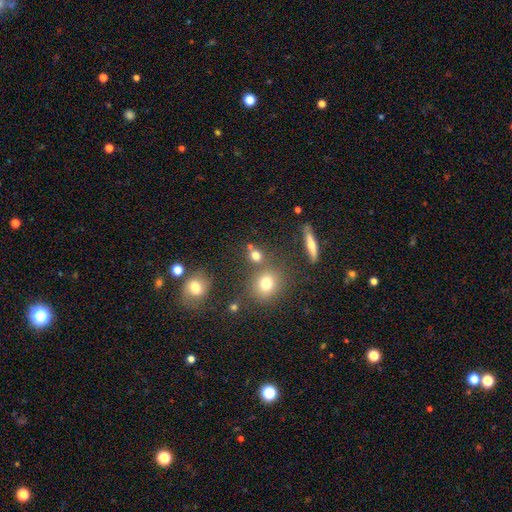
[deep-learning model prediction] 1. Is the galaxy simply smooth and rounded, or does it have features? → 72% smooth, 18% star or artifact, 10% featured or disk.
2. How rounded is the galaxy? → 74% round, 23% in between, 4% cigar-shaped.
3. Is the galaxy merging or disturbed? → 67% none, 19% merger, 9% minor disturbance, 4% major disturbance.